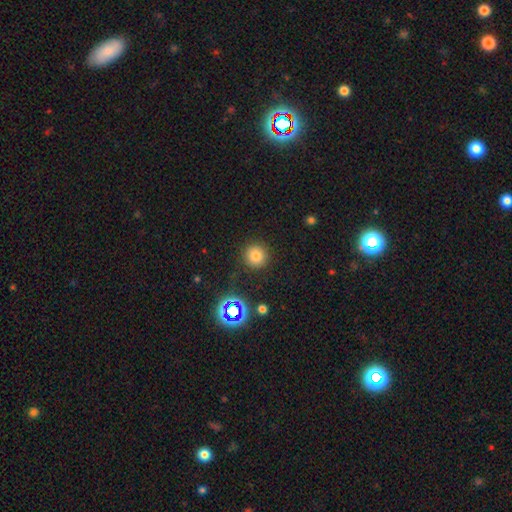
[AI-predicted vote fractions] This is likely a smooth galaxy (75%). How rounded: clearly round (94%). Merging: clearly none (89%).